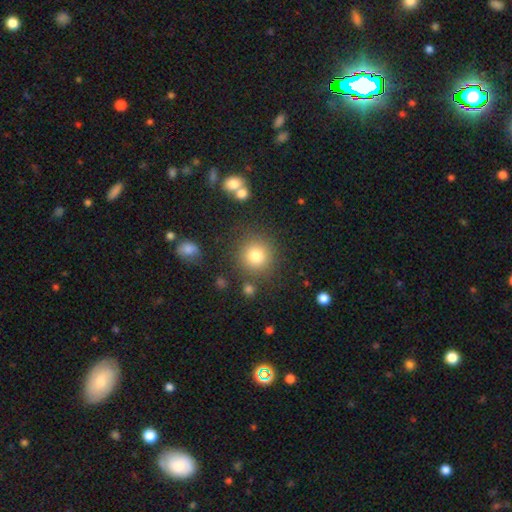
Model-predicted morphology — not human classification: Q: Smooth or featured?
A: smooth (80%); runner-up: star or artifact (12%)
Q: How rounded?
A: round (92%); runner-up: in between (7%)
Q: Merging?
A: none (83%); runner-up: minor disturbance (9%)